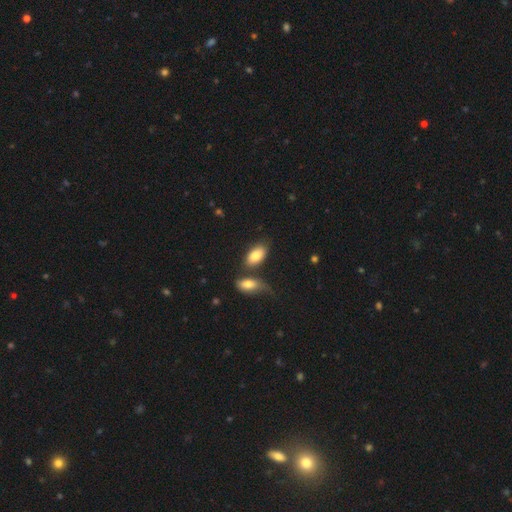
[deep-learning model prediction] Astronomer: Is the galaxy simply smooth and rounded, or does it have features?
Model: smooth — 83%.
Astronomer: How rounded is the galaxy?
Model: in between — 93%.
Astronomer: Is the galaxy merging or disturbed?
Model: none — 56%.